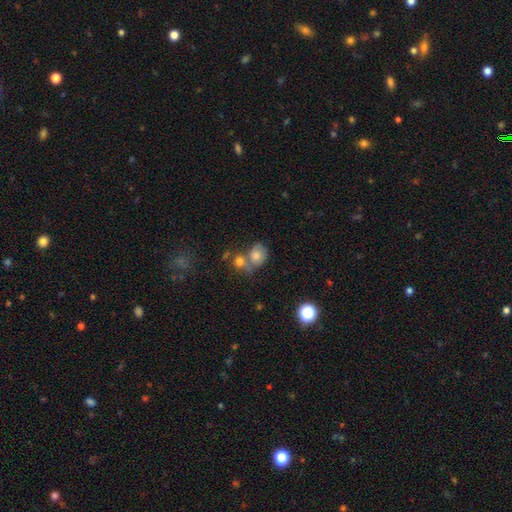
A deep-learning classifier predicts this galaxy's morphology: The model was most divided on "merging": merger: 43%, none: 37%, minor disturbance: 13%, major disturbance: 7%. More confident: smooth or featured — smooth (65%); how rounded — round (59%).